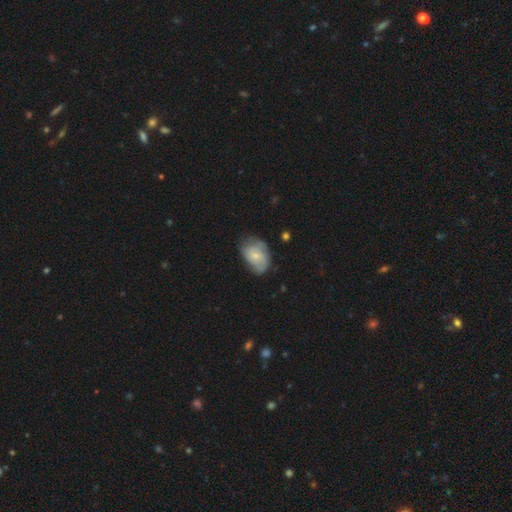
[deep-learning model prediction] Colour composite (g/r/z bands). It shows a smooth galaxy with no disk features (47%). Merging: none (50%).